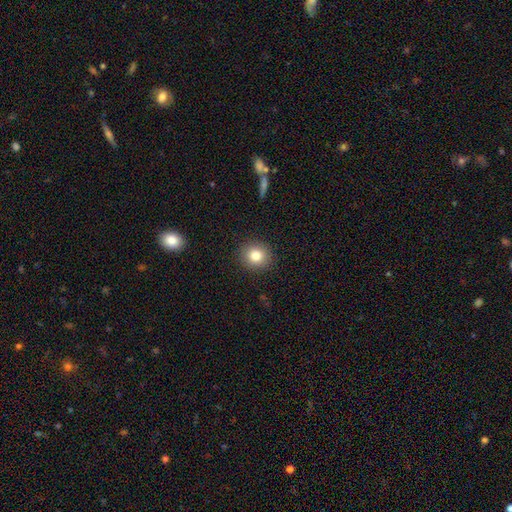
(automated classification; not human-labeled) This appears to be a smooth galaxy with no disk features (82%) that is round (87%). Merging: none (91%).